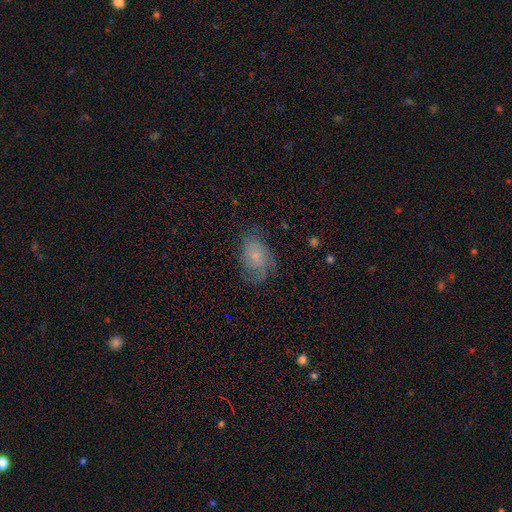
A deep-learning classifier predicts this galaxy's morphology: smooth_or_featured: smooth (p=0.55) [alt: featured or disk p=0.35]
how_rounded: in between (p=0.77) [alt: round p=0.21]
merging: none (p=0.57) [alt: minor disturbance p=0.27]